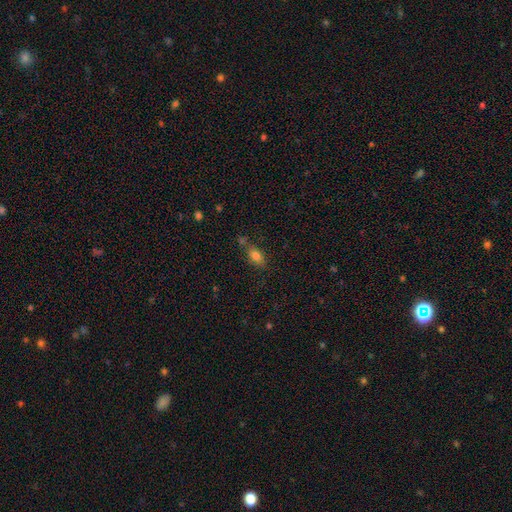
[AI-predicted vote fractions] smooth_or_featured: smooth (p=0.80) [alt: star or artifact p=0.11]
how_rounded: in between (p=0.85) [alt: round p=0.10]
merging: none (p=0.63) [alt: minor disturbance p=0.17]